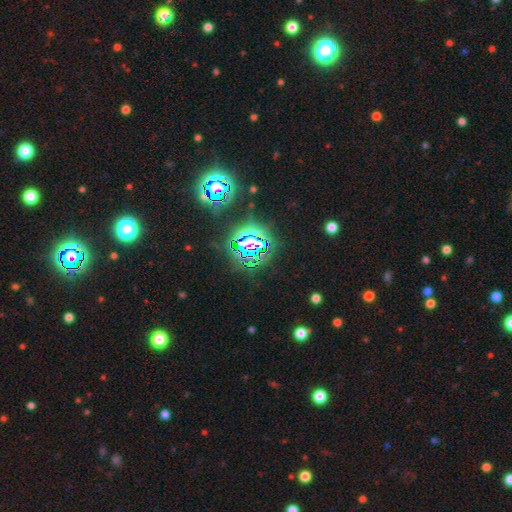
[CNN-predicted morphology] type=star or artifact (80%).